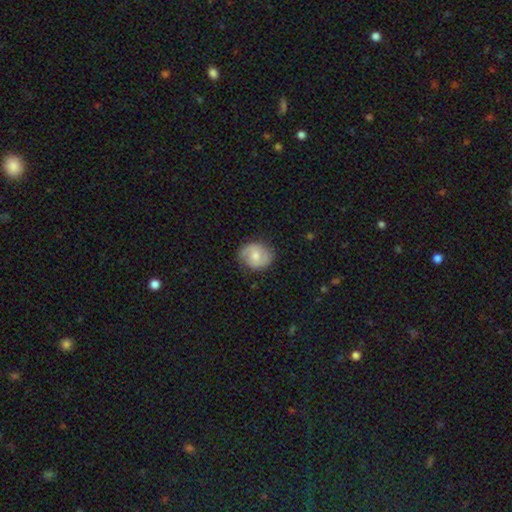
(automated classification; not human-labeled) Morphology: type=smooth (48%); merging=none (80%).